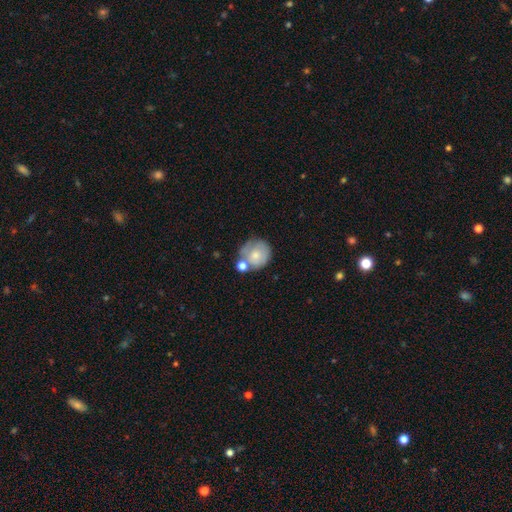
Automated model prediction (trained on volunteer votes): The model was most divided on "merging": none: 46%, merger: 25%, minor disturbance: 20%, major disturbance: 9%. More confident: how rounded — round (79%); smooth or featured — smooth (61%).